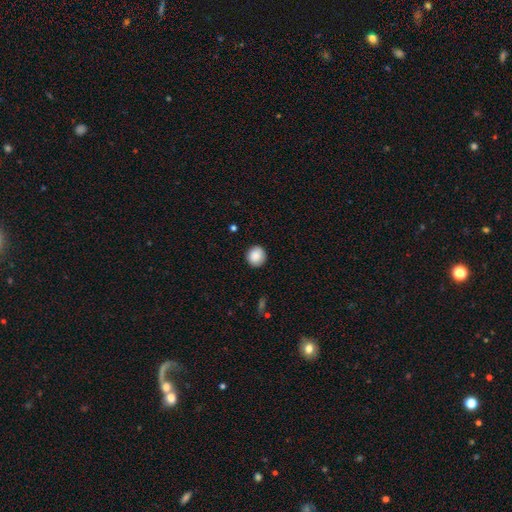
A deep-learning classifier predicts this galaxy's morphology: This is clearly a smooth galaxy (88%). How rounded: clearly round (89%). Merging: clearly none (90%).